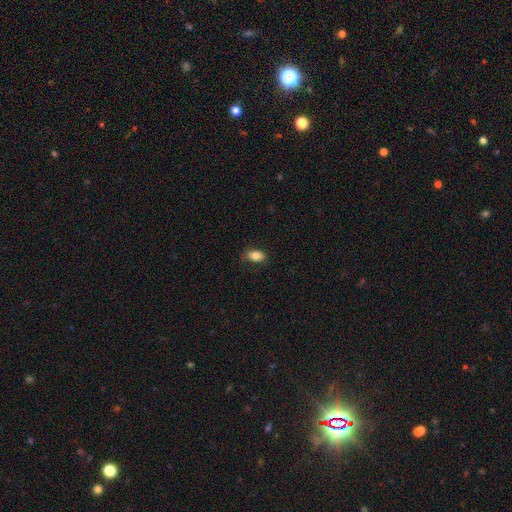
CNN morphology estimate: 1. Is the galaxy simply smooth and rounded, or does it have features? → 83% smooth, 9% featured or disk, 8% star or artifact.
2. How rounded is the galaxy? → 90% in between, 7% round, 3% cigar-shaped.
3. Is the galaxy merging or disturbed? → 81% none, 15% minor disturbance, 3% major disturbance, 1% merger.